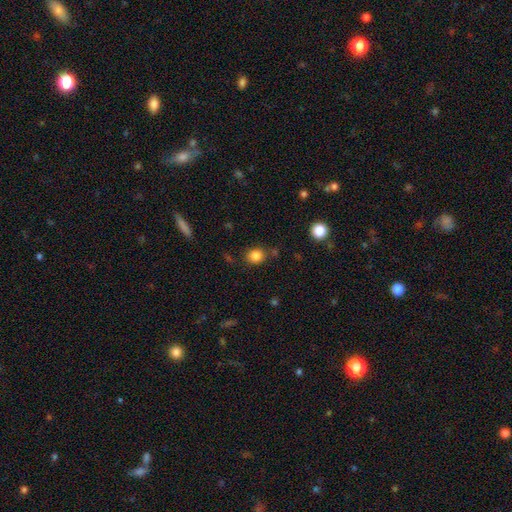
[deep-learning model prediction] smooth-or-featured: smooth: 84% | star or artifact: 11% | featured or disk: 5%
  how-rounded: round: 71% | in between: 28% | cigar-shaped: 1%
  merging: none: 79% | minor disturbance: 12% | merger: 5% | major disturbance: 4%